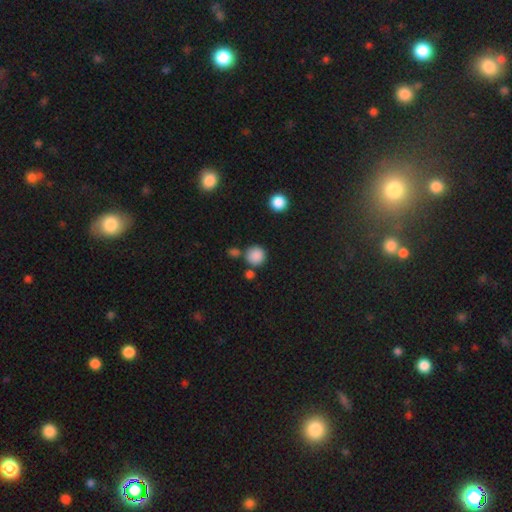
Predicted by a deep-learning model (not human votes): This is clearly a smooth galaxy (85%). How rounded: clearly round (93%). Merging: likely none (74%).